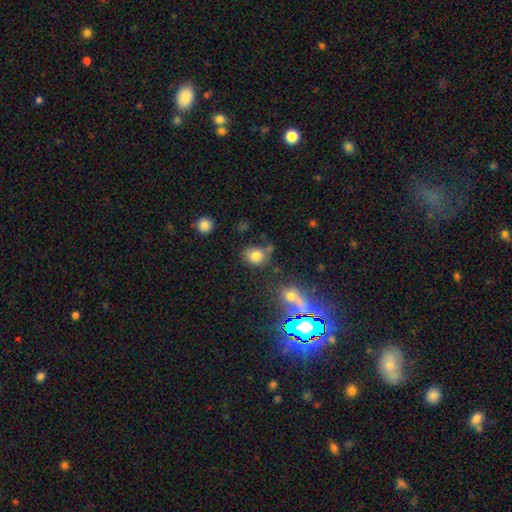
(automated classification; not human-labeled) Smooth or featured? smooth (79%)
How rounded? round (58%)
Merging? none (66%)